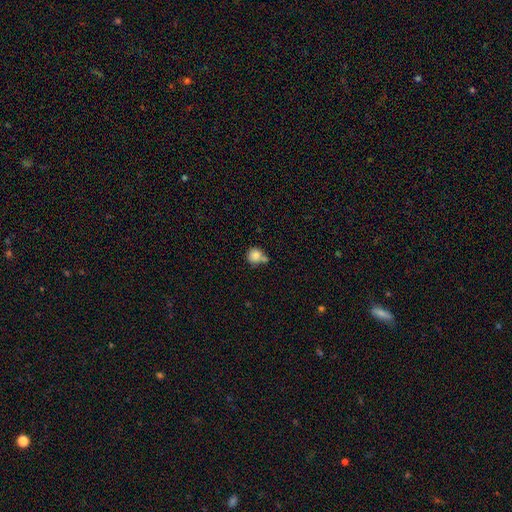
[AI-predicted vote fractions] A smooth galaxy with no disk features (84%) that is round (88%). Merging: none (50%).